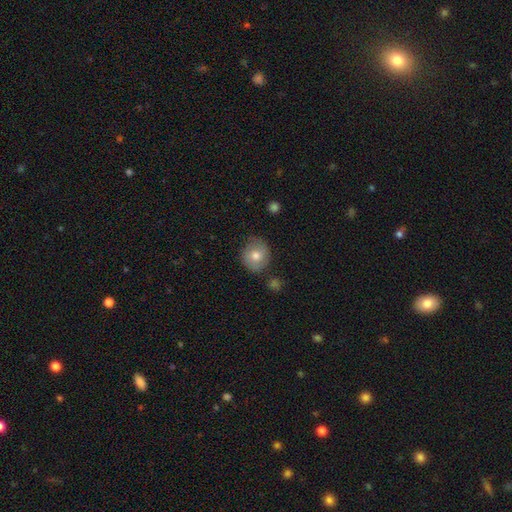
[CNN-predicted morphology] A smooth galaxy with no disk features (68%) that is round (80%).

Vote fractions:
- Smooth or featured? smooth: 68% / featured or disk: 24% / star or artifact: 8%
- How rounded? round: 80% / in between: 19% / cigar-shaped: 1%
- Merging? none: 75% / minor disturbance: 17% / major disturbance: 4% / merger: 3%